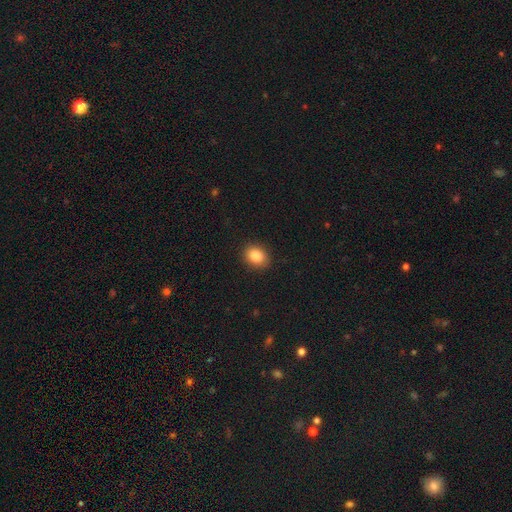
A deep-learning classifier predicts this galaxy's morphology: This appears to be a smooth galaxy with no disk features (85%) that is in between round and cigar-shaped (60%). Merging: none (89%).